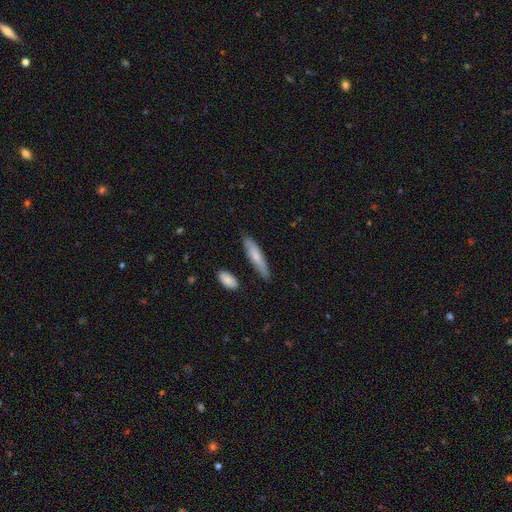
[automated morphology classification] A smooth galaxy with no disk features (72%) that is cigar-shaped (79%).

Vote fractions:
- Smooth or featured? smooth: 72% / featured or disk: 23% / star or artifact: 6%
- How rounded? cigar-shaped: 79% / in between: 19% / round: 2%
- Merging? none: 80% / minor disturbance: 15% / merger: 3% / major disturbance: 3%